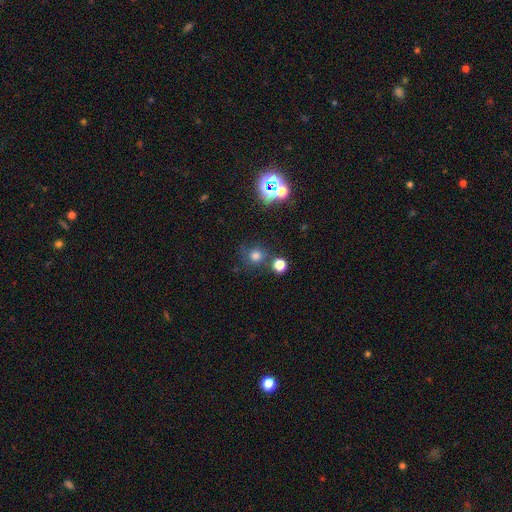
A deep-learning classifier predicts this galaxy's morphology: A smooth galaxy with no disk features (71%) that is round (89%).

Vote fractions:
- Smooth or featured? smooth: 71% / star or artifact: 22% / featured or disk: 7%
- How rounded? round: 89% / in between: 10% / cigar-shaped: 1%
- Merging? none: 69% / merger: 13% / minor disturbance: 12% / major disturbance: 6%